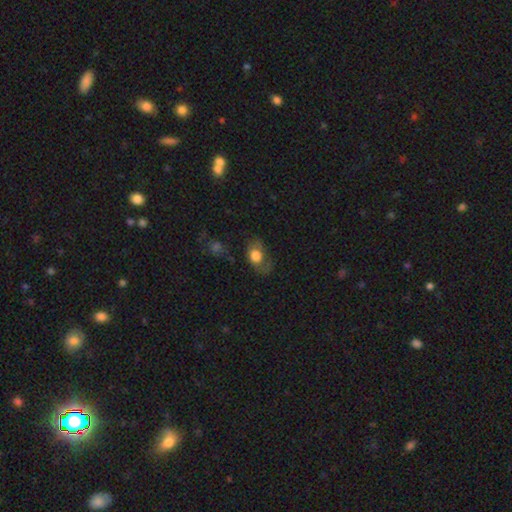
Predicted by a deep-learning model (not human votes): A smooth galaxy with no disk features (68%) that is in between round and cigar-shaped (74%). Merging: none (53%).